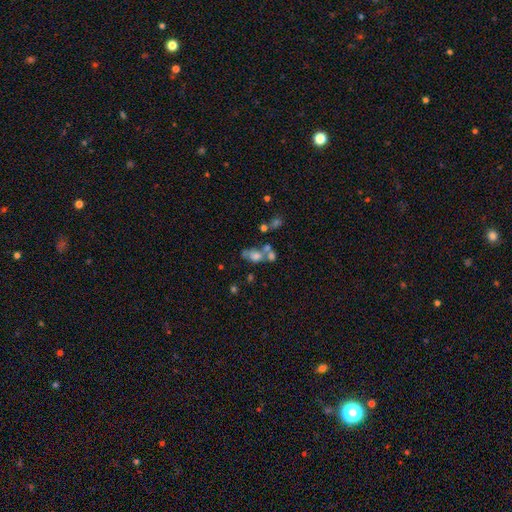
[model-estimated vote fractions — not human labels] Q: Smooth or featured?
A: smooth (55%); runner-up: featured or disk (31%)
Q: How rounded?
A: in between (70%); runner-up: round (27%)
Q: Merging?
A: merger (48%); runner-up: none (28%)